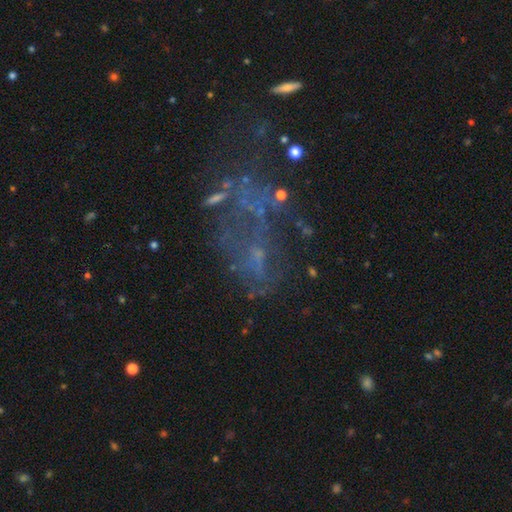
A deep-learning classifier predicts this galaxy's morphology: This is possibly a featured or disk galaxy (50%). It is clearly not viewed edge-on (96%). Merging: marginally major disturbance (41%).